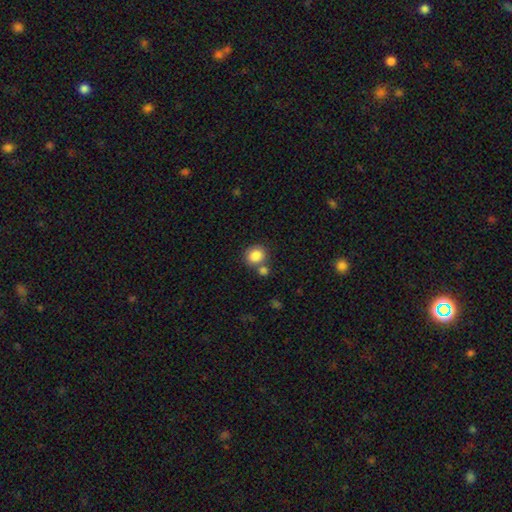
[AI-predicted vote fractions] The model was most divided on "merging": none: 65%, merger: 22%, minor disturbance: 10%, major disturbance: 3%. More confident: smooth or featured — smooth (85%); how rounded — round (77%).